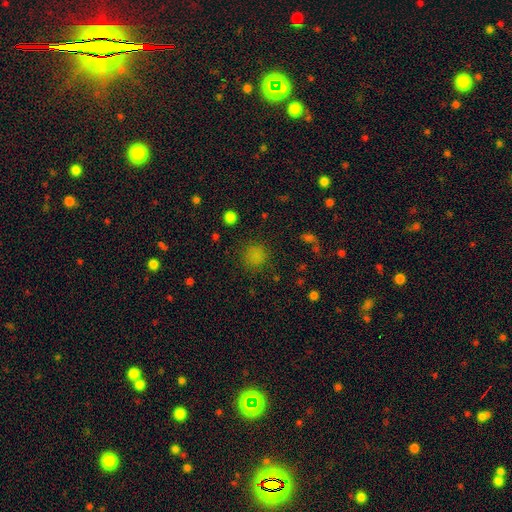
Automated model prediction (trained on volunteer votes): Q: Smooth or featured?
A: smooth (77%); runner-up: star or artifact (18%)
Q: How rounded?
A: round (89%); runner-up: in between (10%)
Q: Merging?
A: none (84%); runner-up: minor disturbance (10%)